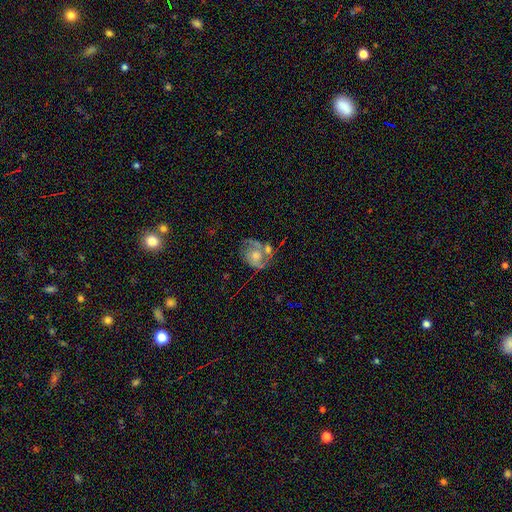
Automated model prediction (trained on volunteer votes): Morphology: type=featured or disk (67%); edge-on=no (97%); bar=no (74%); spiral arms=yes (77%); winding=medium (45%); arm count=2 (61%); bulge=moderate (52%); merging=none (46%).